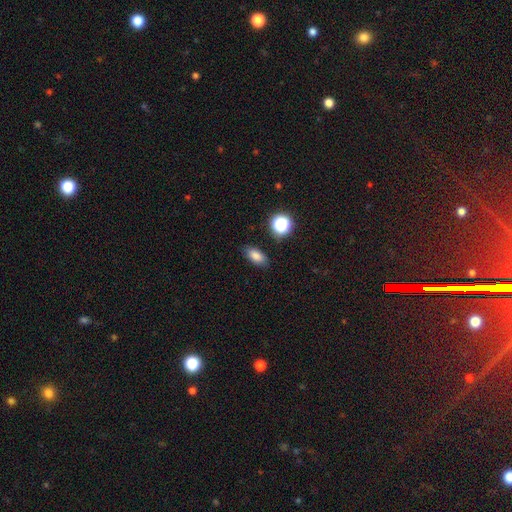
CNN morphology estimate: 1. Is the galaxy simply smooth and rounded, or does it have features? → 82% smooth, 12% star or artifact, 7% featured or disk.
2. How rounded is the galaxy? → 84% in between, 8% round, 7% cigar-shaped.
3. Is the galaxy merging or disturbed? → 86% none, 10% minor disturbance, 3% major disturbance, 2% merger.